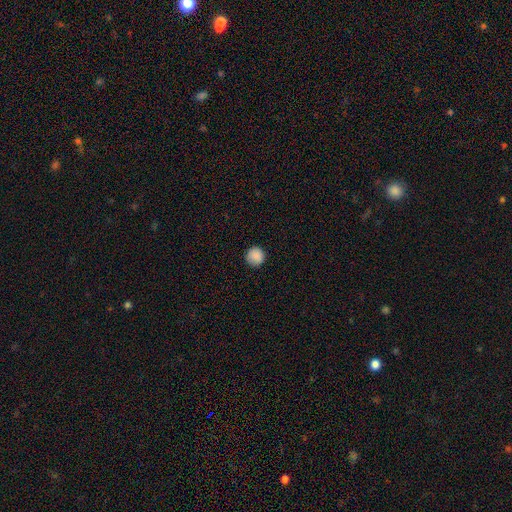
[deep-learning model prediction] This appears to be a smooth galaxy with no disk features (89%) that is round (95%). Merging: none (89%).